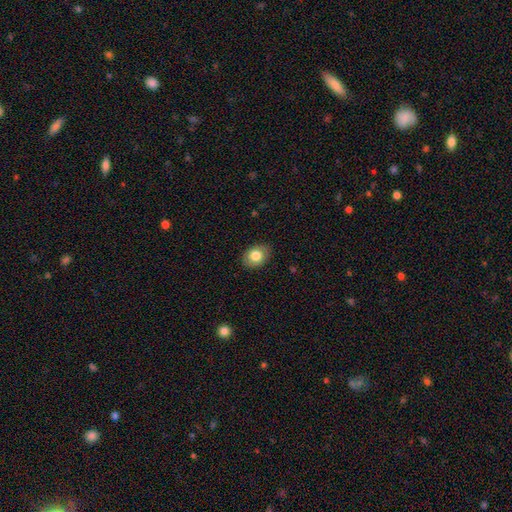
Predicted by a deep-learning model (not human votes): A smooth galaxy with no disk features (80%) that is in between round and cigar-shaped (65%). Merging: none (86%).